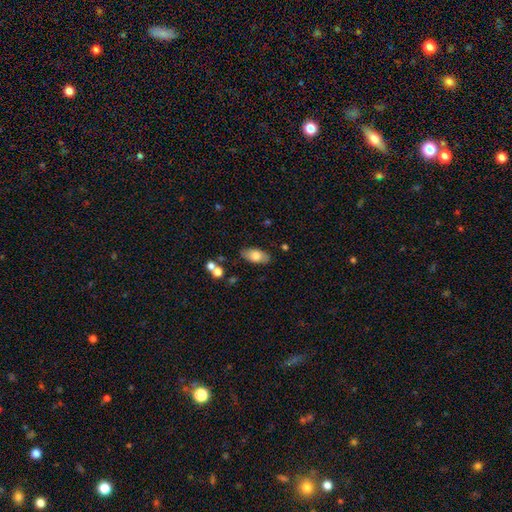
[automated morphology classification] type=smooth (75%); roundness=in between (91%); merging=none (83%).